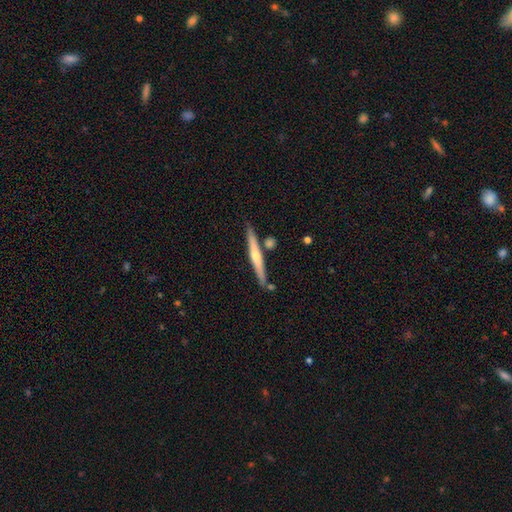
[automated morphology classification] A featured or disk galaxy (59%) viewed edge-on (96%) with a rounded central bulge (73%). Merging: none (81%).